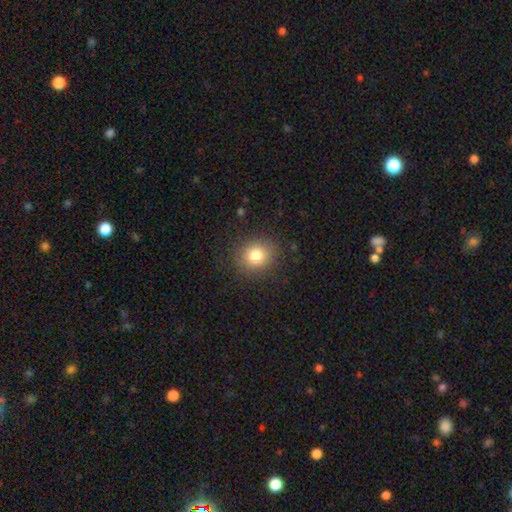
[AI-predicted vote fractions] Smooth or featured: smooth — 79% (star or artifact — 12%)
How rounded: round — 85% (in between — 14%)
Merging: none — 88% (minor disturbance — 8%)